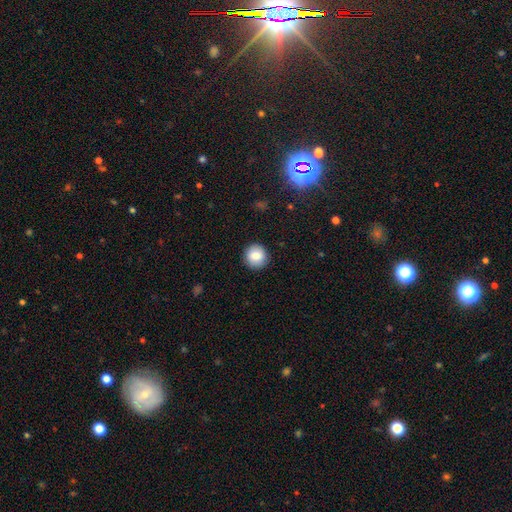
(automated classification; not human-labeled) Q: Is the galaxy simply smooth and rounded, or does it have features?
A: smooth — 85%.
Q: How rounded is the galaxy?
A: round — 93%.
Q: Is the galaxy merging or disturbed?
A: none — 91%.